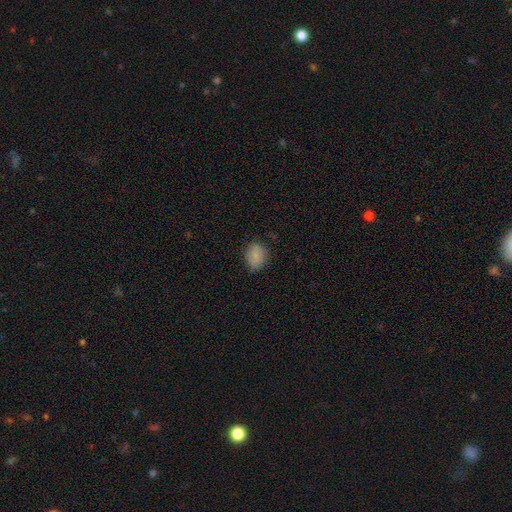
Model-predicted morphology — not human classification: Smooth or featured? Predicted: smooth (p=0.83). How rounded? Predicted: in between (p=0.54). Merging? Predicted: none (p=0.77).